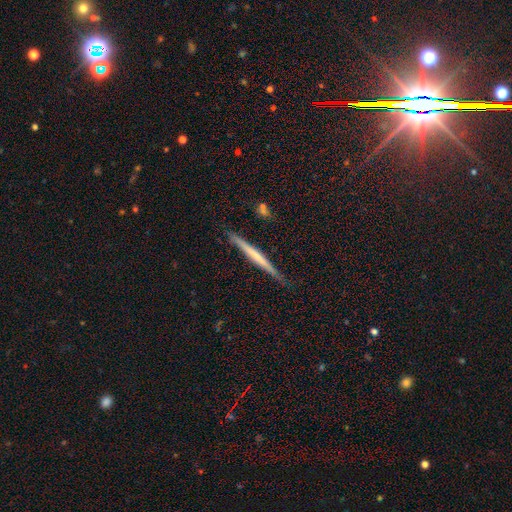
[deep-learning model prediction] Smooth or featured? Predicted: featured or disk (p=0.49). Merging? Predicted: none (p=0.82).